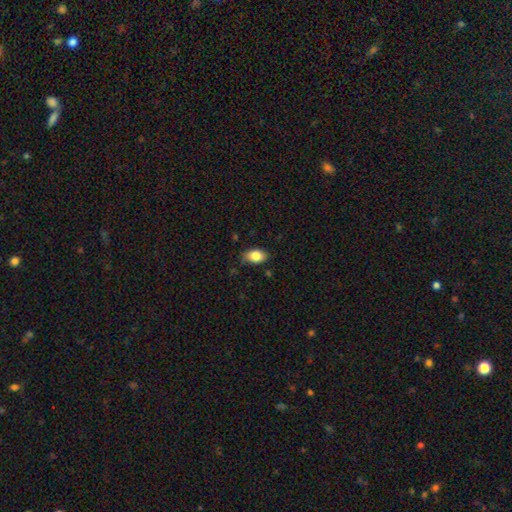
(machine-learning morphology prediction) Smooth or featured?
  - smooth: 84% *
  - featured or disk: 9%
  - star or artifact: 7%
How rounded?
  - in between: 88% *
  - round: 11%
  - cigar-shaped: 2%
Merging?
  - none: 75% *
  - minor disturbance: 20%
  - major disturbance: 3%
  - merger: 1%